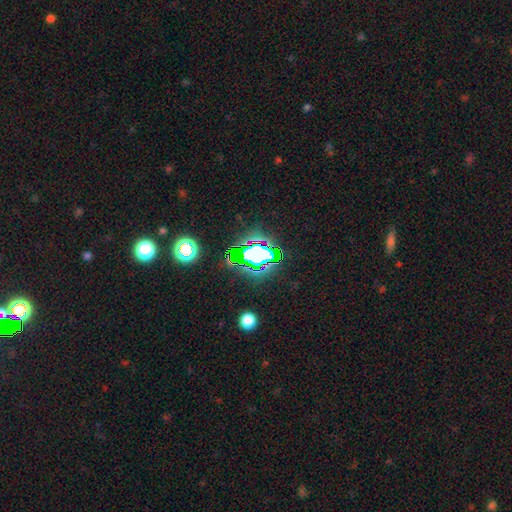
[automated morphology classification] Overall: star or artifact (60%; smooth 26%).